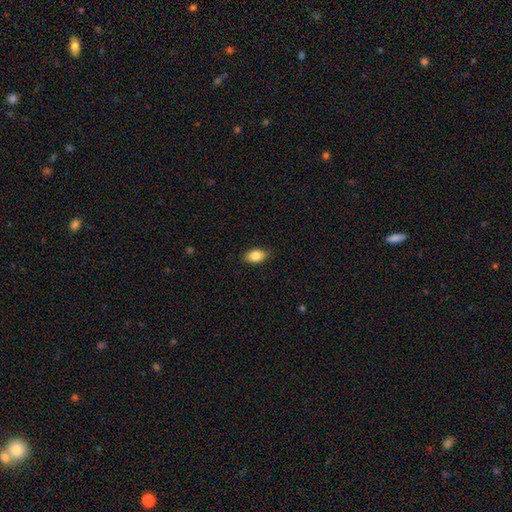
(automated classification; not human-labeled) smooth-or-featured: smooth: 85% | star or artifact: 8% | featured or disk: 7%
  how-rounded: in between: 89% | round: 8% | cigar-shaped: 2%
  merging: none: 86% | minor disturbance: 11% | major disturbance: 2% | merger: 1%